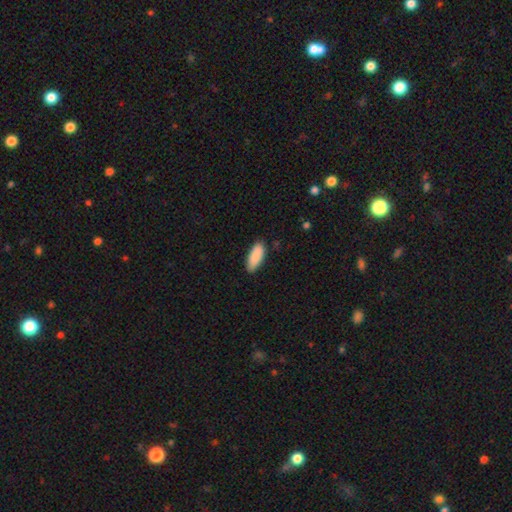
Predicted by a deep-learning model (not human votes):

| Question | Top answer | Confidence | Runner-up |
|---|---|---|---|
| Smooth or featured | smooth | 90% | star or artifact (6%) |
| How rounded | in between | 78% | cigar-shaped (20%) |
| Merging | none | 84% | minor disturbance (13%) |